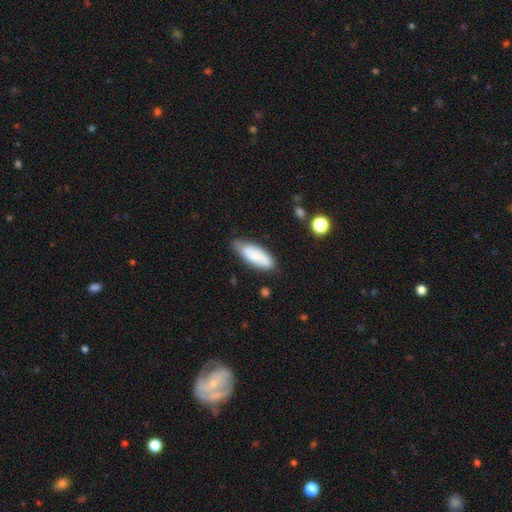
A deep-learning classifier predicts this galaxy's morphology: Q: Smooth or featured?
A: smooth (76%); runner-up: featured or disk (18%)
Q: How rounded?
A: in between (70%); runner-up: cigar-shaped (28%)
Q: Merging?
A: none (67%); runner-up: minor disturbance (25%)